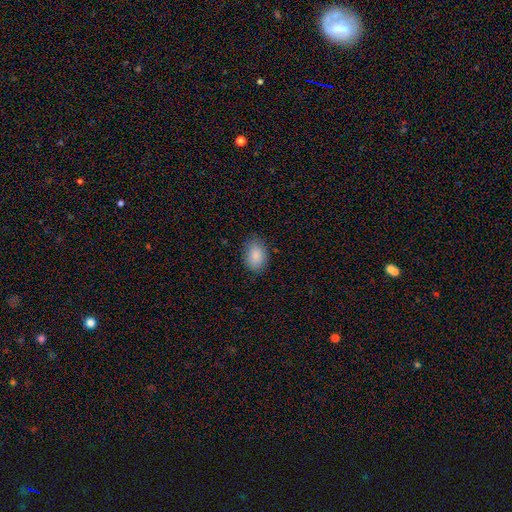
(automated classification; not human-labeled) Smooth or featured?
  - smooth: 88% *
  - star or artifact: 7%
  - featured or disk: 5%
How rounded?
  - in between: 83% *
  - round: 16%
  - cigar-shaped: 1%
Merging?
  - none: 83% *
  - minor disturbance: 13%
  - major disturbance: 3%
  - merger: 1%